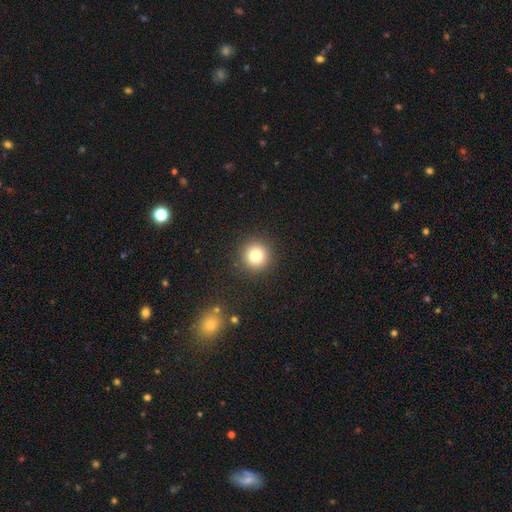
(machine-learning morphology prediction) Smooth or featured?
  - smooth: 79% *
  - star or artifact: 12%
  - featured or disk: 8%
How rounded?
  - round: 95% *
  - in between: 4%
  - cigar-shaped: 1%
Merging?
  - none: 91% *
  - minor disturbance: 5%
  - major disturbance: 2%
  - merger: 1%